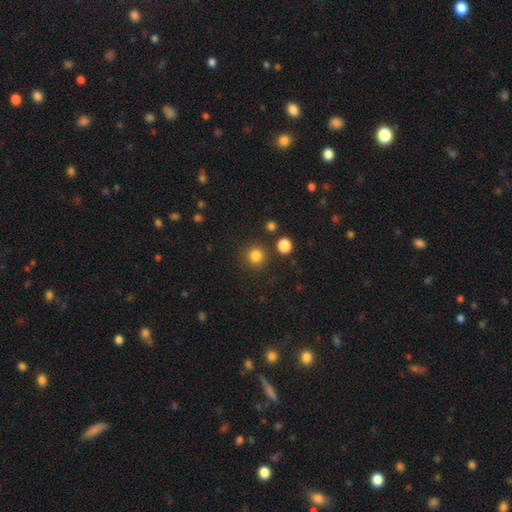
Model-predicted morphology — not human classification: Smooth or featured: smooth — 83% (star or artifact — 13%)
How rounded: round — 91% (in between — 8%)
Merging: none — 85% (minor disturbance — 7%)